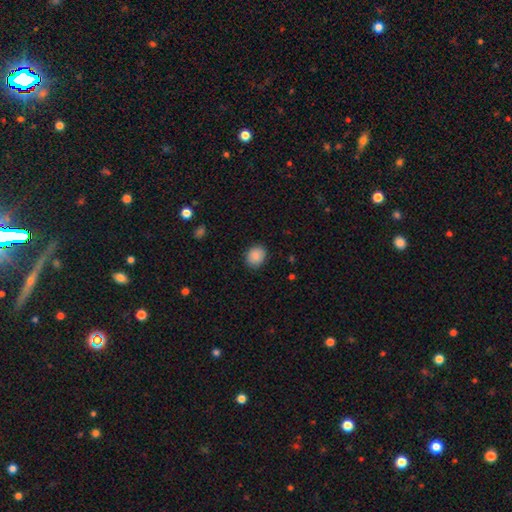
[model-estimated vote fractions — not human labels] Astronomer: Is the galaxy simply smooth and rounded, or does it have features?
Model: smooth — 87%.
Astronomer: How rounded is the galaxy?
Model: round — 54% (runner-up: in between, 45%).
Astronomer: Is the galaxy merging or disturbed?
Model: none — 86%.